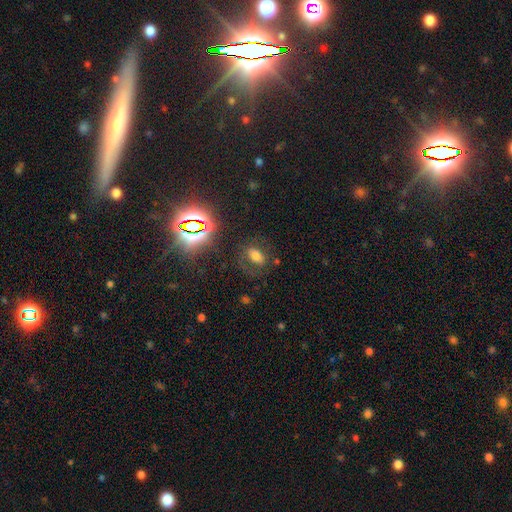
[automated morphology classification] Q: Smooth or featured?
A: smooth (58%); runner-up: star or artifact (24%)
Q: How rounded?
A: in between (83%); runner-up: round (14%)
Q: Merging?
A: none (70%); runner-up: minor disturbance (16%)